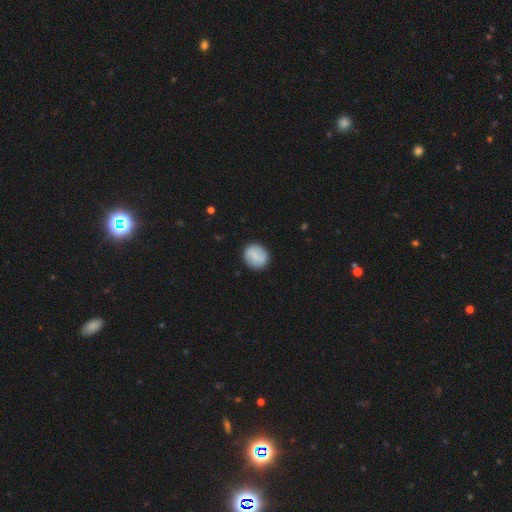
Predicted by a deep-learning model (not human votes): Smooth or featured? smooth (59%)
How rounded? round (77%)
Merging? none (87%)